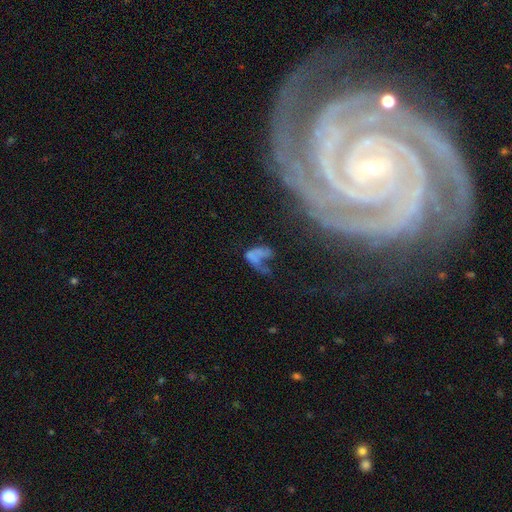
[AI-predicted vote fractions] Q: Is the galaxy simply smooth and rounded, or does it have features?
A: smooth — 41%.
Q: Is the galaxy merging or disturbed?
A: major disturbance — 49%.